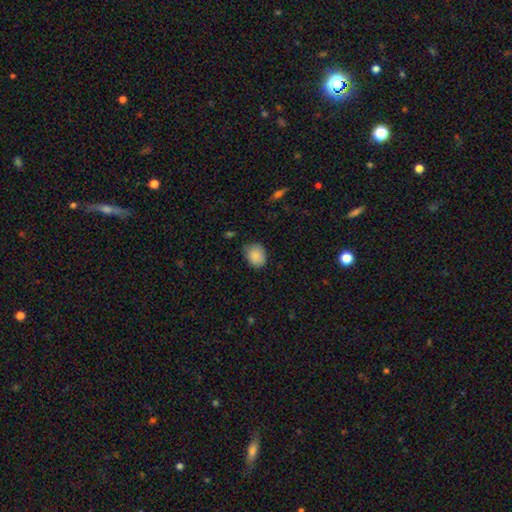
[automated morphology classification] type=smooth (88%); roundness=in between (51%); merging=none (74%).